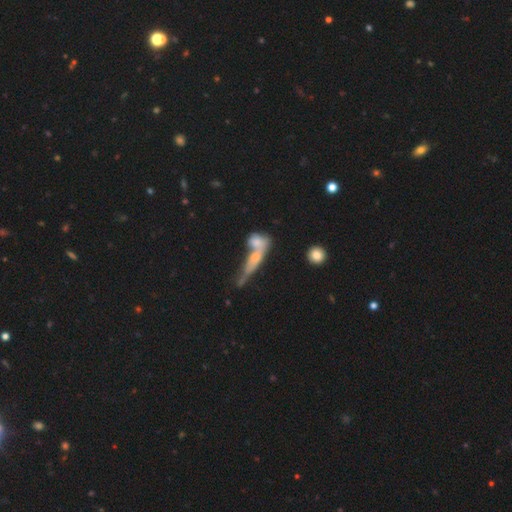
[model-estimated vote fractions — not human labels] Smooth or featured? smooth (44%, tied with featured or disk)
Merging? merger (53%)